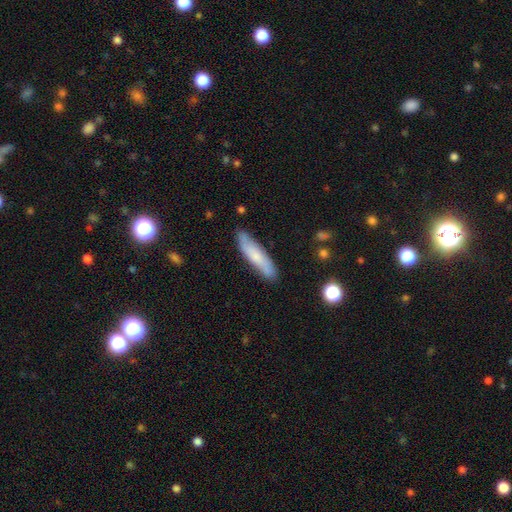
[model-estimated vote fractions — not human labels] Smooth or featured? Predicted: smooth (p=0.62). How rounded? Predicted: cigar-shaped (p=0.76). Merging? Predicted: none (p=0.83).